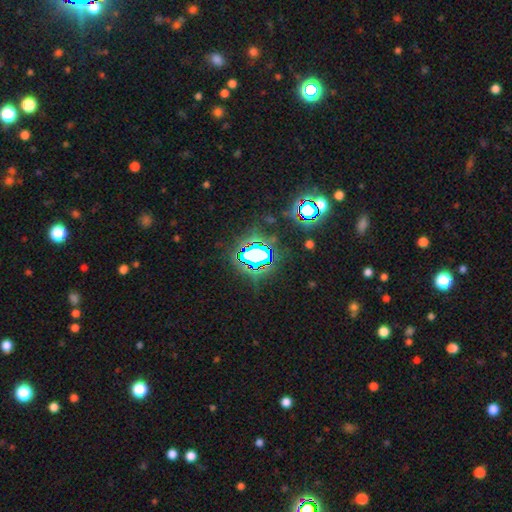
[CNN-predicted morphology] type=star or artifact (69%).